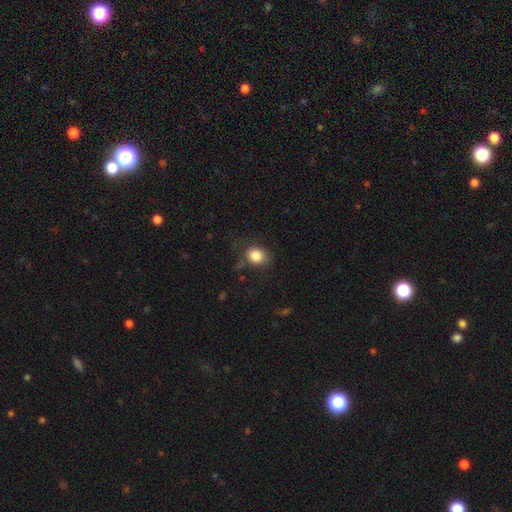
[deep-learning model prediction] smooth-or-featured: smooth: 84% | star or artifact: 10% | featured or disk: 6%
  how-rounded: round: 60% | in between: 39% | cigar-shaped: 1%
  merging: none: 69% | minor disturbance: 20% | major disturbance: 8% | merger: 2%